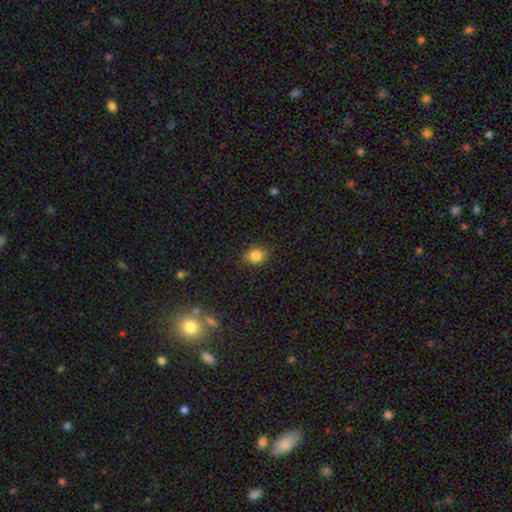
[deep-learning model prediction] Smooth or featured? smooth (82%)
How rounded? round (68%)
Merging? none (80%)